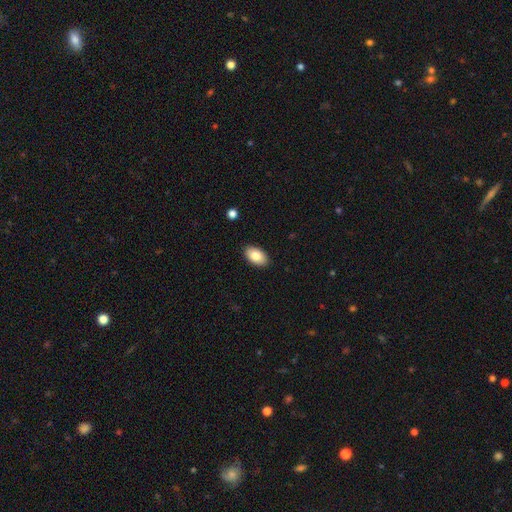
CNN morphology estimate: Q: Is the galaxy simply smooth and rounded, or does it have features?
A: smooth — 83%.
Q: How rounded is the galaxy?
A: in between — 94%.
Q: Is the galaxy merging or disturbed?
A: none — 89%.